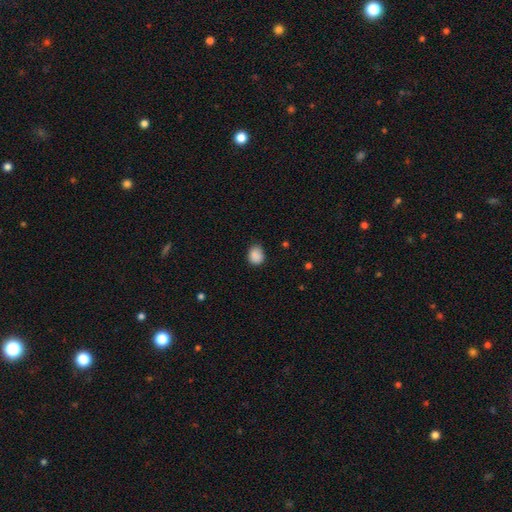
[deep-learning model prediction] Smooth or featured?
  - smooth: 88% *
  - star or artifact: 9%
  - featured or disk: 4%
How rounded?
  - round: 58% *
  - in between: 41%
  - cigar-shaped: 1%
Merging?
  - none: 77% *
  - minor disturbance: 18%
  - major disturbance: 3%
  - merger: 1%